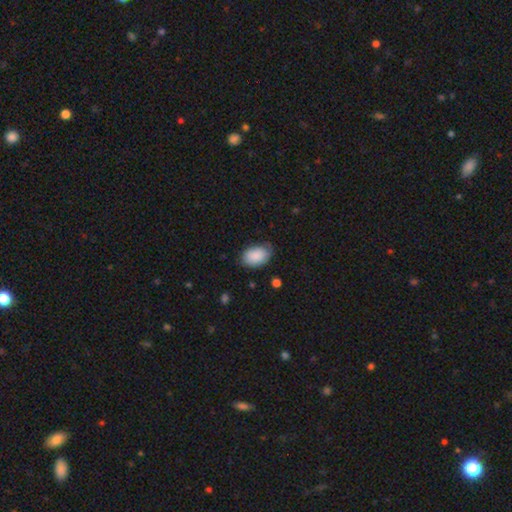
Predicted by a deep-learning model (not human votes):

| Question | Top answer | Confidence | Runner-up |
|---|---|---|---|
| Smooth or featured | smooth | 88% | star or artifact (6%) |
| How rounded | in between | 89% | round (10%) |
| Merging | none | 68% | minor disturbance (25%) |